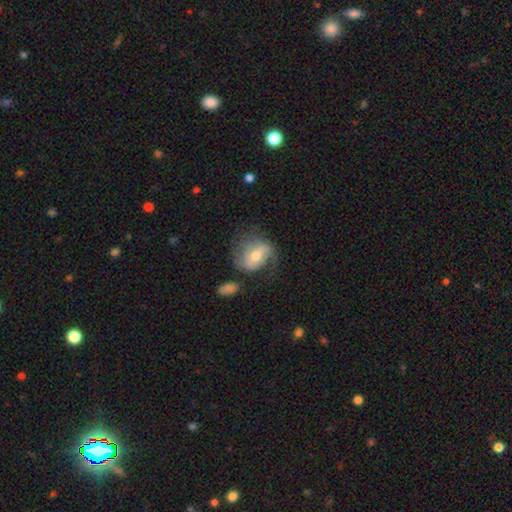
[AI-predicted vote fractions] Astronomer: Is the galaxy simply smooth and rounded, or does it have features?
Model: featured or disk — 59% (runner-up: smooth, 34%).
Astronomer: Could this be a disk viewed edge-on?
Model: no — 96%.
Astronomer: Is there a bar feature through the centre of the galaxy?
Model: weak — 41% (runner-up: no, 35%).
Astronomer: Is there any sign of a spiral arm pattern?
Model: yes — 78%.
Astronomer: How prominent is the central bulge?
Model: moderate — 69%.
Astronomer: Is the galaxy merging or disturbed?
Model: none — 53%.